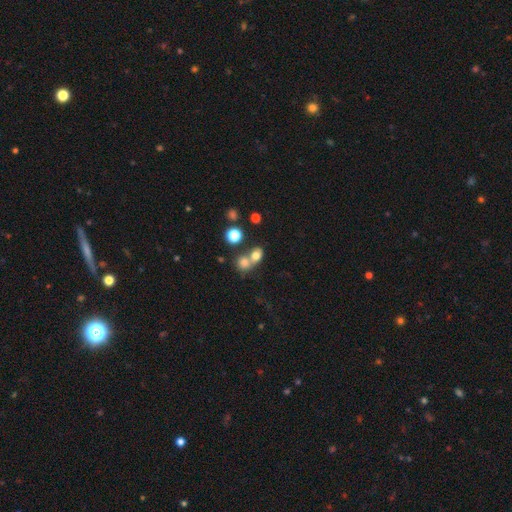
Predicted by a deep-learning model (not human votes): A smooth galaxy with no disk features (74%) that is round (60%). Merging: merger (53%).